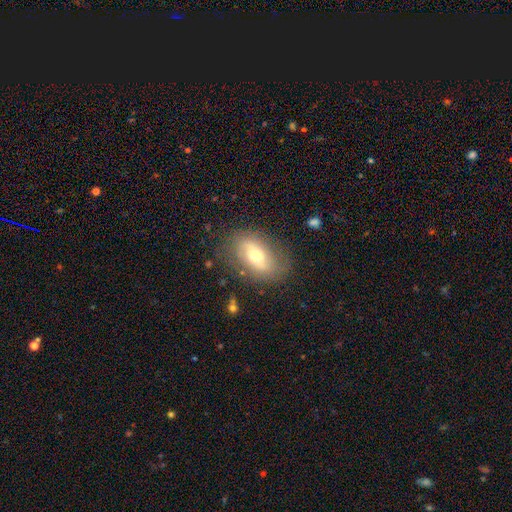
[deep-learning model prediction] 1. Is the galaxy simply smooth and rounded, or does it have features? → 48% featured or disk, 44% smooth, 8% star or artifact.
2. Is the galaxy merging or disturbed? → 77% none, 16% minor disturbance, 6% major disturbance, 2% merger.